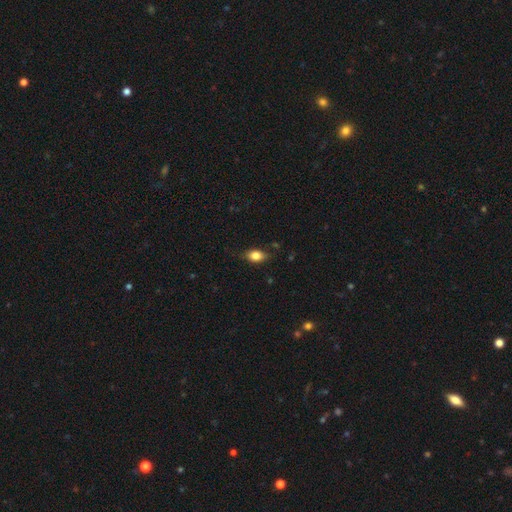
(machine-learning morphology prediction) Smooth or featured? Predicted: smooth (p=0.80). How rounded? Predicted: in between (p=0.81). Merging? Predicted: none (p=0.76).